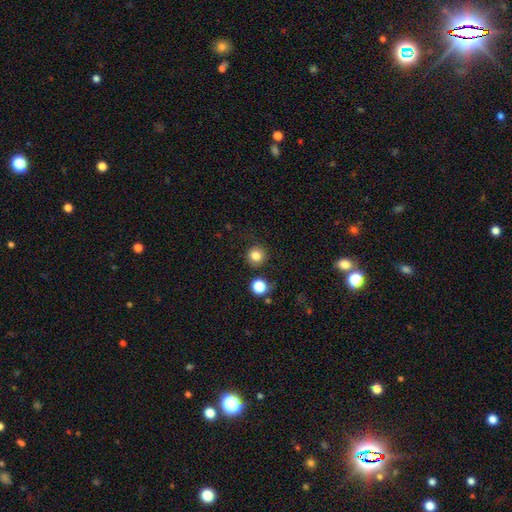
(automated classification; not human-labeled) A smooth galaxy with no disk features (82%) that is round (94%).

Vote fractions:
- Smooth or featured? smooth: 82% / star or artifact: 12% / featured or disk: 6%
- How rounded? round: 94% / in between: 5% / cigar-shaped: 1%
- Merging? none: 85% / minor disturbance: 8% / merger: 4% / major disturbance: 3%